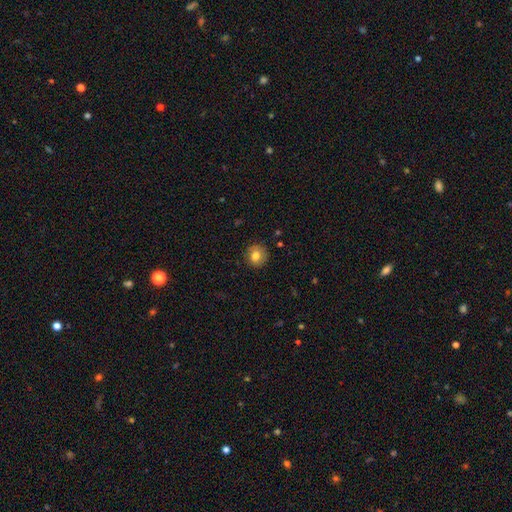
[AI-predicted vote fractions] The model was most divided on "smooth or featured": smooth: 78%, featured or disk: 13%, star or artifact: 9%. More confident: how rounded — round (90%); merging — none (86%).